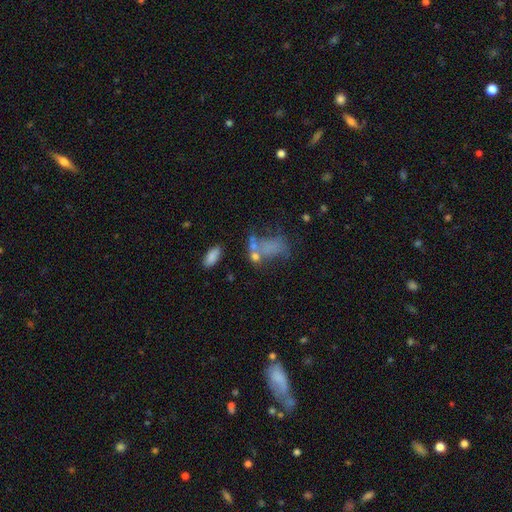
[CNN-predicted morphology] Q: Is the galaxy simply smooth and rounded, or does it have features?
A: smooth — 59%.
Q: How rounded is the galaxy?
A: in between — 78%.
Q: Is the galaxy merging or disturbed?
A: none — 31%.